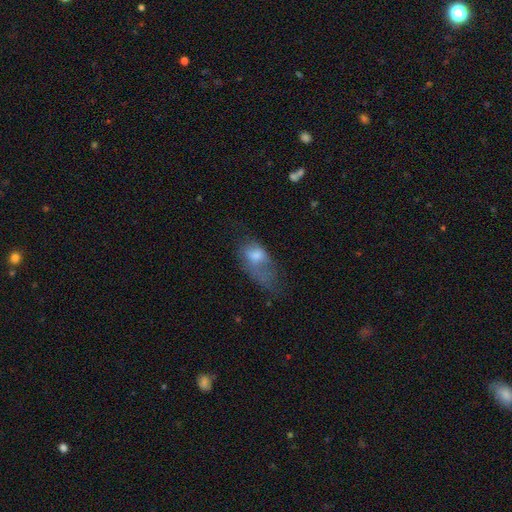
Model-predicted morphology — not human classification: Smooth or featured? Predicted: smooth (p=0.59). How rounded? Predicted: in between (p=0.85). Merging? Predicted: major disturbance (p=0.46).